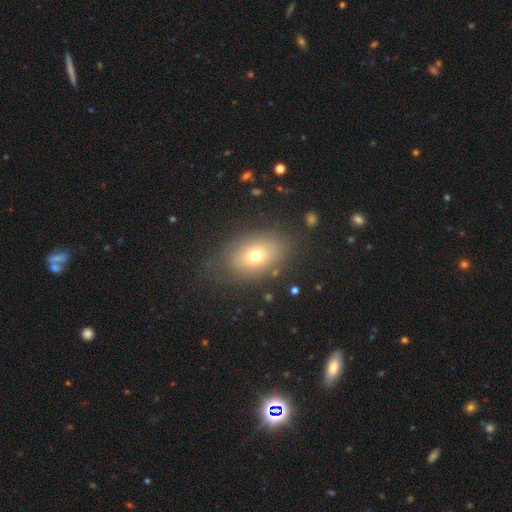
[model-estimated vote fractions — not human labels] Morphology: type=smooth (66%); roundness=in between (82%); merging=none (73%).